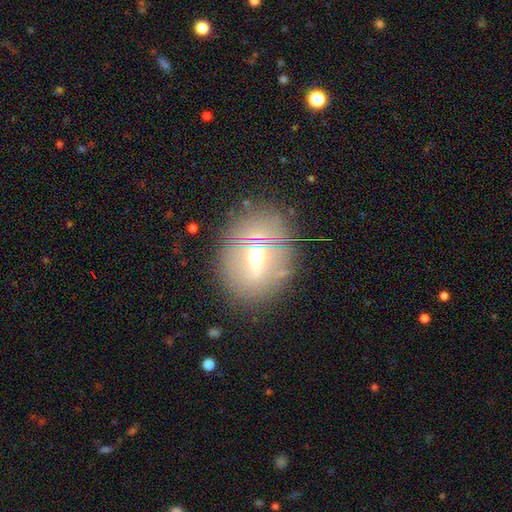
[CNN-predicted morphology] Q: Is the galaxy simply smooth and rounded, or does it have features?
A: featured or disk — 49%.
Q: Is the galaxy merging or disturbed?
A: none — 76%.